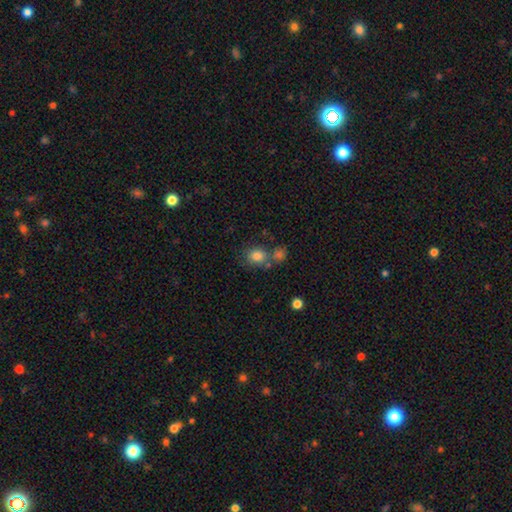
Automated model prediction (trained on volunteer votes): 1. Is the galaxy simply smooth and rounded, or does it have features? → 68% smooth, 22% star or artifact, 11% featured or disk.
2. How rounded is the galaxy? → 76% round, 23% in between, 1% cigar-shaped.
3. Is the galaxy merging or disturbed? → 60% none, 26% merger, 10% minor disturbance, 4% major disturbance.